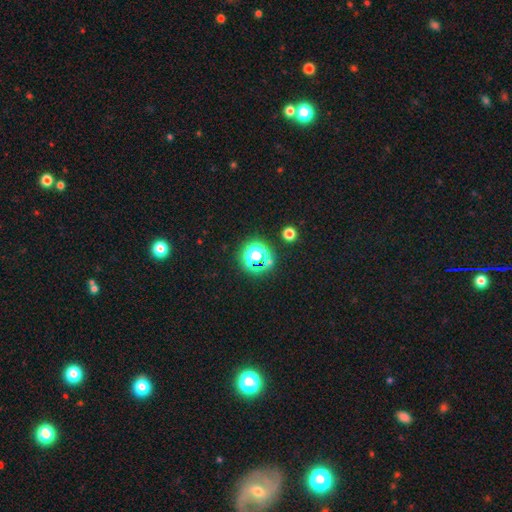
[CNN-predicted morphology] type=star or artifact (49%).